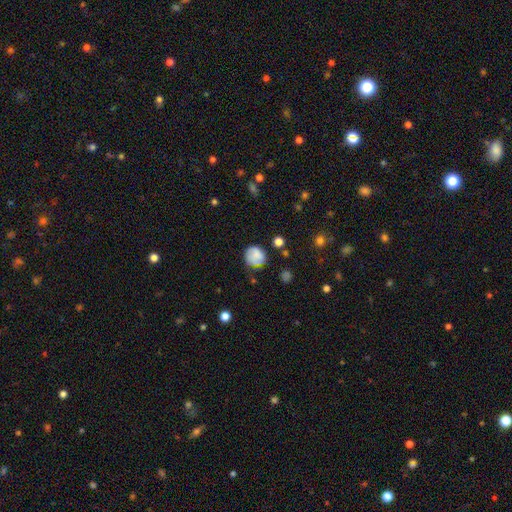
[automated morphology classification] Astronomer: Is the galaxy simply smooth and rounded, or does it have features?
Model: smooth — 69%.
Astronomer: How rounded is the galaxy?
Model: round — 80%.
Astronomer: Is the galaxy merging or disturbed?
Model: none — 58%.